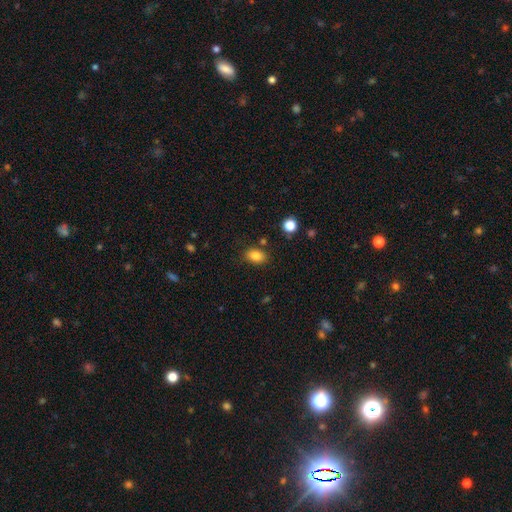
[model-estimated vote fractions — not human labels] A smooth galaxy with no disk features (84%) that is in between round and cigar-shaped (81%). Merging: none (82%).